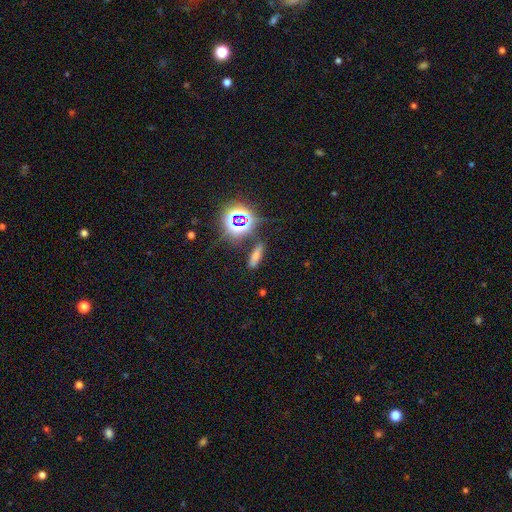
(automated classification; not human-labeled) The model was most divided on "how rounded": cigar-shaped: 54%, in between: 38%, round: 8%. More confident: merging — none (80%); smooth or featured — smooth (58%).